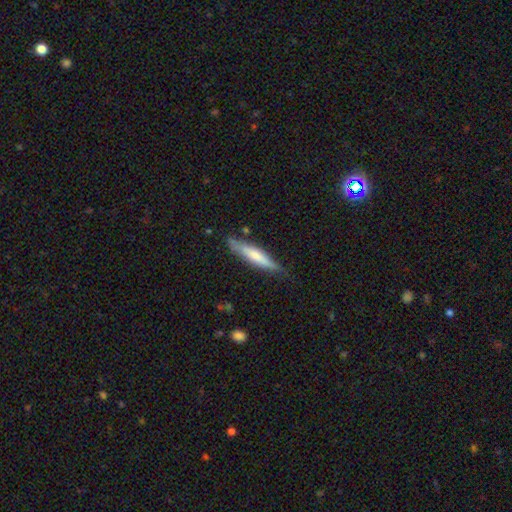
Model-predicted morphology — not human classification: smooth 59%, featured or disk 35%, star or artifact 6%. Down the decision tree: how rounded — cigar-shaped (87%); merging — none (75%).